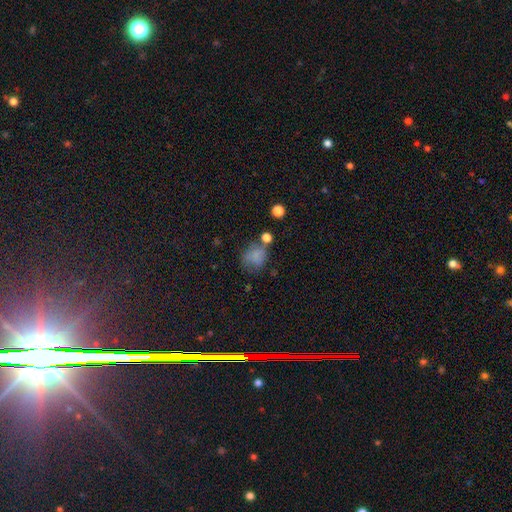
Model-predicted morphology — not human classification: A smooth galaxy with no disk features (70%) that is round (58%).

Vote fractions:
- Smooth or featured? smooth: 70% / featured or disk: 16% / star or artifact: 15%
- How rounded? round: 58% / in between: 41% / cigar-shaped: 1%
- Merging? none: 45% / minor disturbance: 25% / major disturbance: 18% / merger: 12%